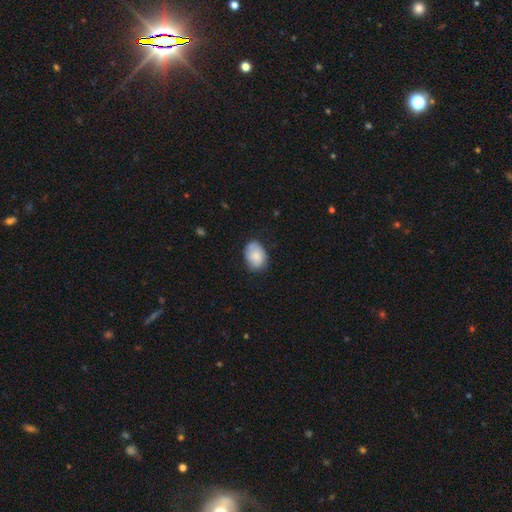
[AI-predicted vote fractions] Overall: smooth (81%). How rounded: in between (76%). Merging: none (72%).